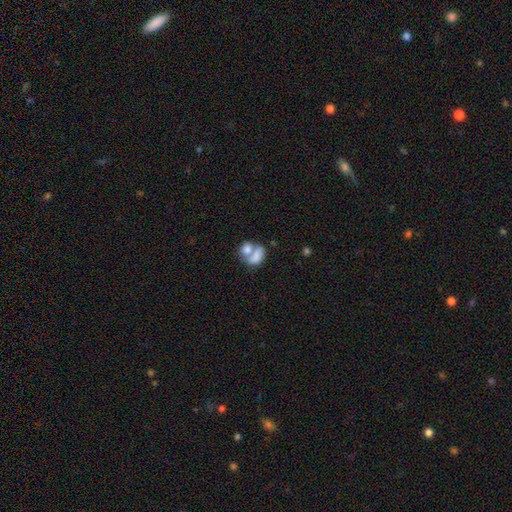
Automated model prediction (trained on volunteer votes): smooth 74%, featured or disk 17%, star or artifact 8%. Down the decision tree: how rounded — in between (78%); merging — merger (65%).